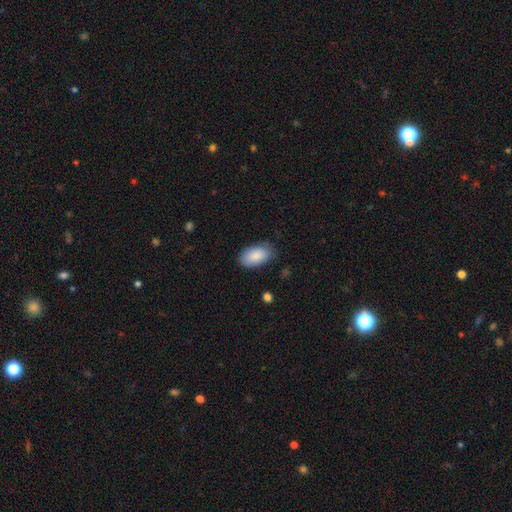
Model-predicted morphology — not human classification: The model was most divided on "merging": none: 76%, minor disturbance: 19%, major disturbance: 4%, merger: 1%. More confident: how rounded — in between (95%); smooth or featured — smooth (87%).